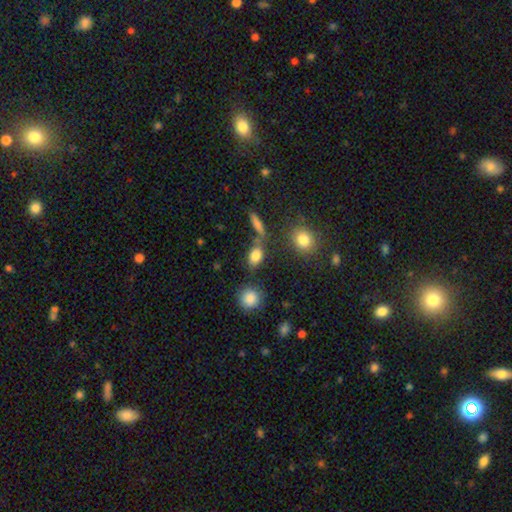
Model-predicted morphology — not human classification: A smooth galaxy with no disk features (81%) that is in between round and cigar-shaped (75%). Merging: none (63%).